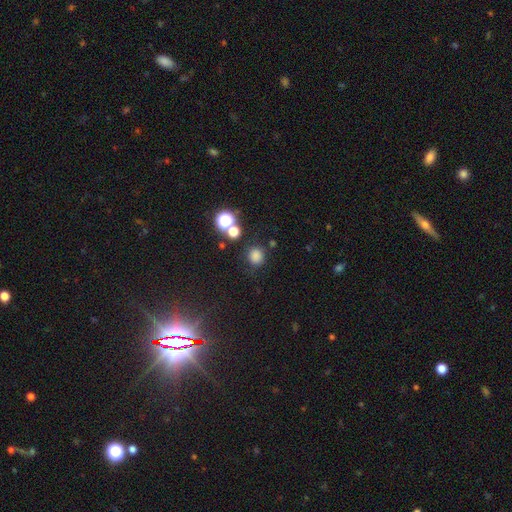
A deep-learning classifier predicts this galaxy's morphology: smooth-or-featured: smooth: 77% | star or artifact: 18% | featured or disk: 5%
  how-rounded: round: 85% | in between: 14% | cigar-shaped: 1%
  merging: none: 78% | minor disturbance: 11% | merger: 6% | major disturbance: 5%